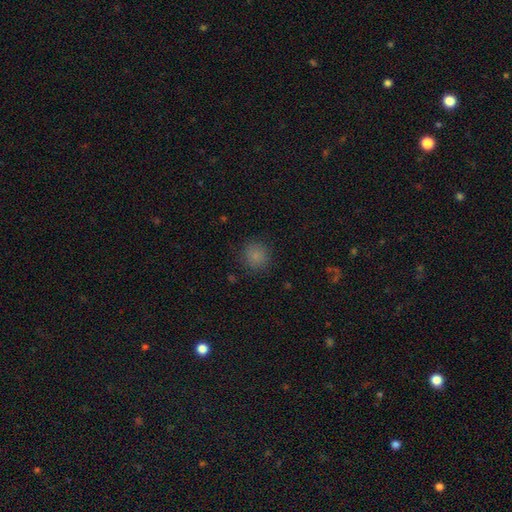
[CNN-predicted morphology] Q: Smooth or featured?
A: smooth (83%); runner-up: star or artifact (13%)
Q: How rounded?
A: round (90%); runner-up: in between (9%)
Q: Merging?
A: none (86%); runner-up: minor disturbance (10%)